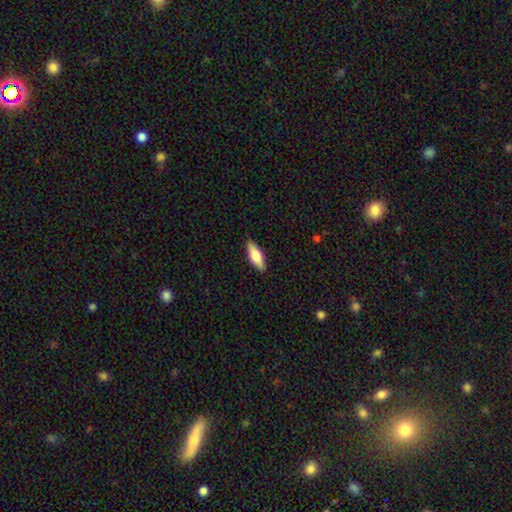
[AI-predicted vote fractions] smooth 65%, featured or disk 29%, star or artifact 6%. Down the decision tree: how rounded — in between (63%); merging — none (88%).